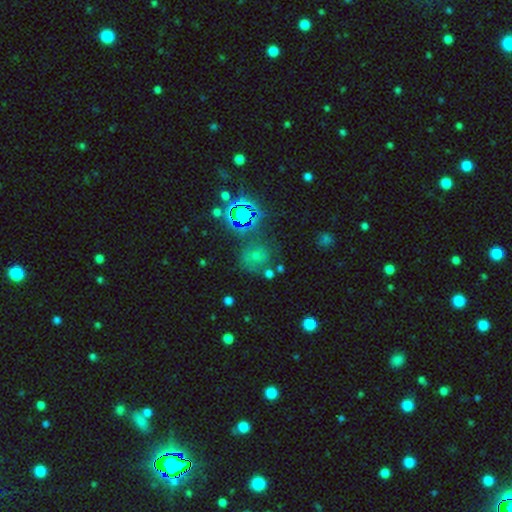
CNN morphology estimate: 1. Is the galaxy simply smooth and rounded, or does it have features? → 50% smooth, 33% star or artifact, 17% featured or disk.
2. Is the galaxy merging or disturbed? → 64% none, 17% minor disturbance, 10% merger, 9% major disturbance.